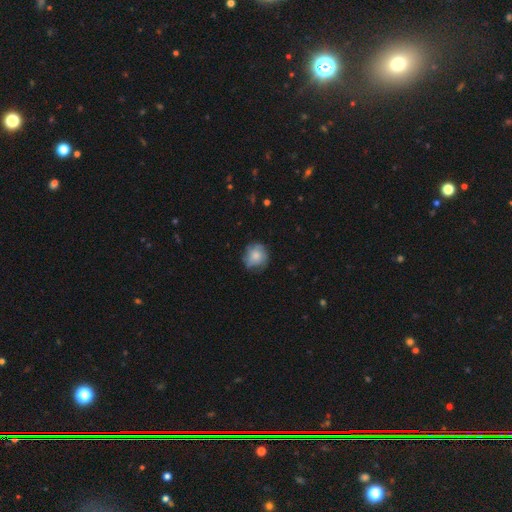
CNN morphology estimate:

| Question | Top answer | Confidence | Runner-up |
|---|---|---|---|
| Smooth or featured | smooth | 71% | featured or disk (21%) |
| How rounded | round | 87% | in between (12%) |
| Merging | none | 72% | minor disturbance (21%) |